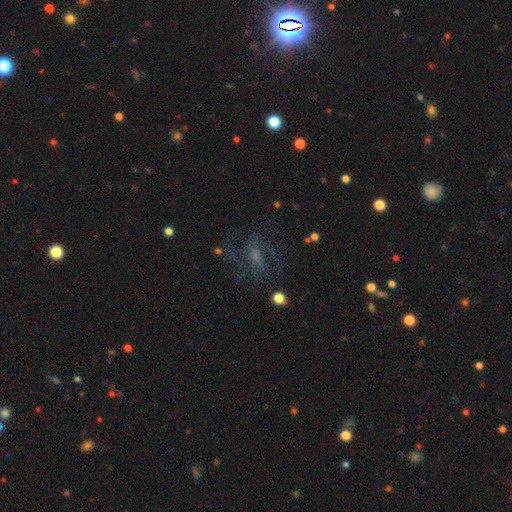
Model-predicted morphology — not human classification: Smooth or featured? featured or disk (64%)
Edge-on disk? no (95%)
Bar? weak (46%)
Spiral arms? yes (85%)
Spiral winding? medium (50%)
Spiral arm count? 2 (44%)
Bulge size? small (38%)
Merging? none (62%)